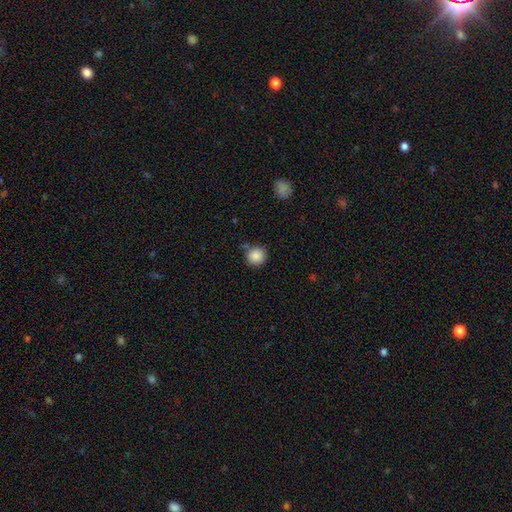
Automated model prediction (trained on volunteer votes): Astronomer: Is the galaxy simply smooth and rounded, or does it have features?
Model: smooth — 87%.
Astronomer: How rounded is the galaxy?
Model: round — 94%.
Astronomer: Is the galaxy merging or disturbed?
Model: none — 78%.